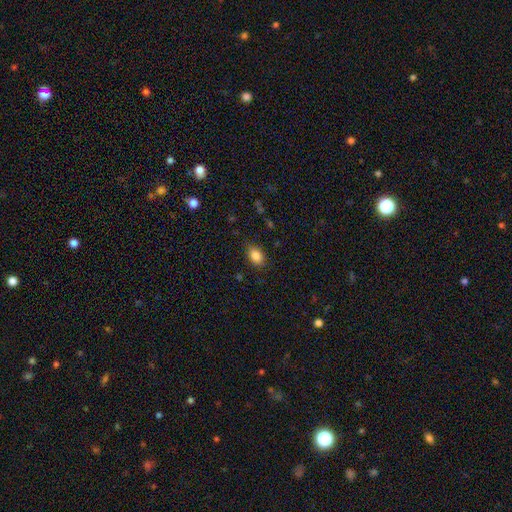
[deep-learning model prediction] The model was most divided on "how rounded": in between: 80%, round: 19%, cigar-shaped: 1%. More confident: smooth or featured — smooth (86%); merging — none (83%).